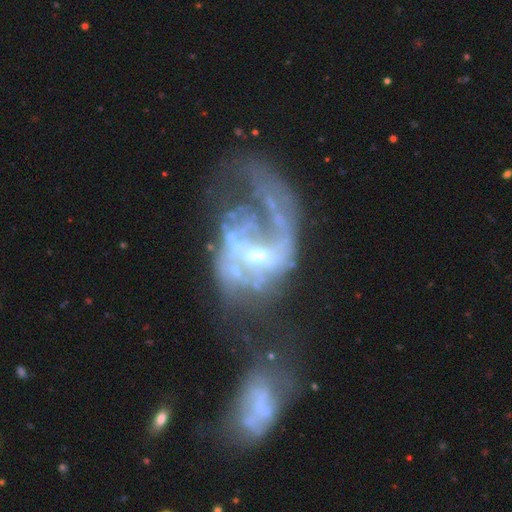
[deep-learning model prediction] Overall: featured or disk (78%). Edge-on disk: no (97%). Bar: no (45%; weak 39%). Spiral arms: yes (58%; no 42%). Bulge size: moderate (38%, tied with small). Merging: major disturbance (56%; none 18%).